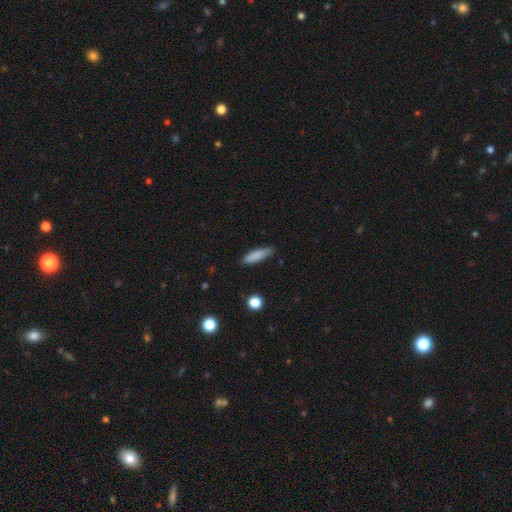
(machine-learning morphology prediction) This appears to be a smooth galaxy with no disk features (85%) that is cigar-shaped (65%). Merging: none (81%).